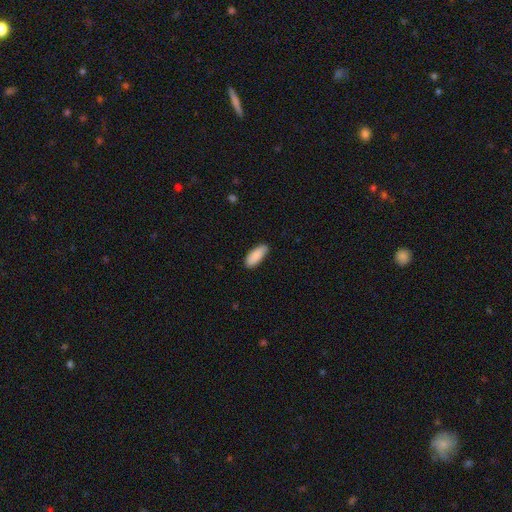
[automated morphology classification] Smooth or featured? Predicted: smooth (p=0.89). How rounded? Predicted: in between (p=0.77). Merging? Predicted: none (p=0.83).